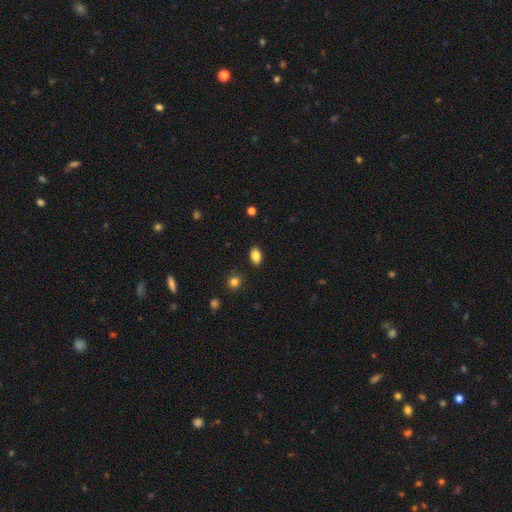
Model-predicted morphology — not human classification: smooth-or-featured: smooth: 85% | star or artifact: 9% | featured or disk: 6%
  how-rounded: in between: 89% | round: 10% | cigar-shaped: 2%
  merging: none: 88% | minor disturbance: 8% | major disturbance: 2% | merger: 1%